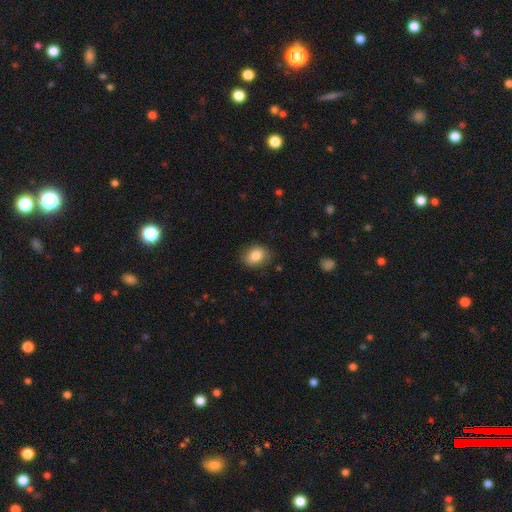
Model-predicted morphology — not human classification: This appears to be a smooth galaxy with no disk features (84%) that is in between round and cigar-shaped (60%). Merging: none (82%).